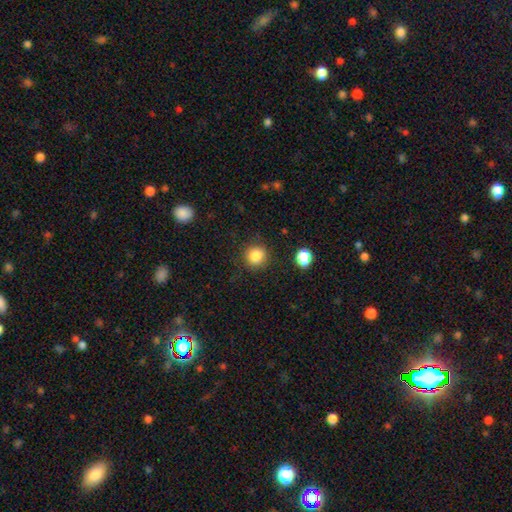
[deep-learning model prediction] The model was most divided on "smooth or featured": smooth: 85%, star or artifact: 11%, featured or disk: 5%. More confident: how rounded — round (91%); merging — none (86%).